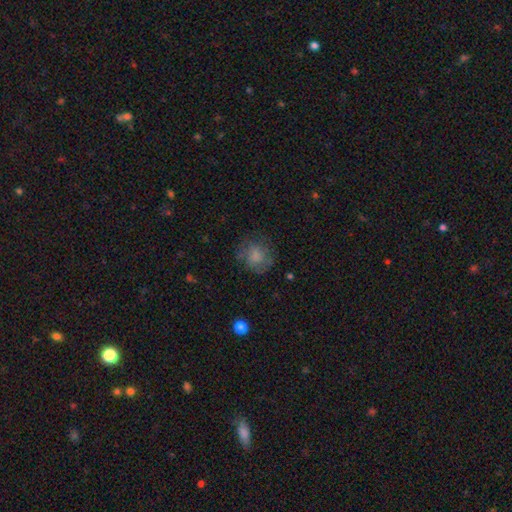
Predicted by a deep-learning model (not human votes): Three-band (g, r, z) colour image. It shows a smooth galaxy with no disk features (68%) that is round (81%). Merging: none (67%).